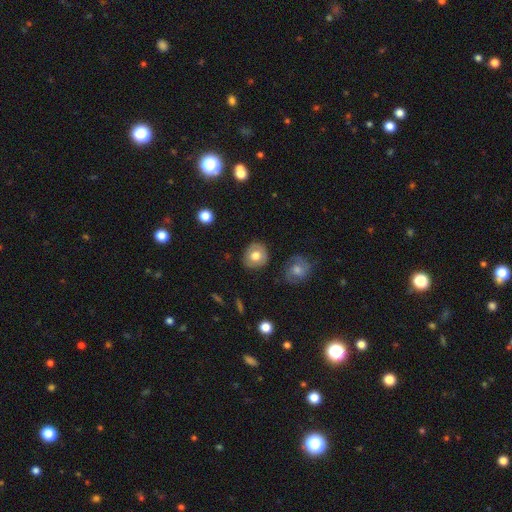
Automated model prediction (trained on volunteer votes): smooth_or_featured: smooth (p=0.67) [alt: featured or disk p=0.25]
how_rounded: round (p=0.79) [alt: in between p=0.20]
merging: none (p=0.84) [alt: minor disturbance p=0.11]